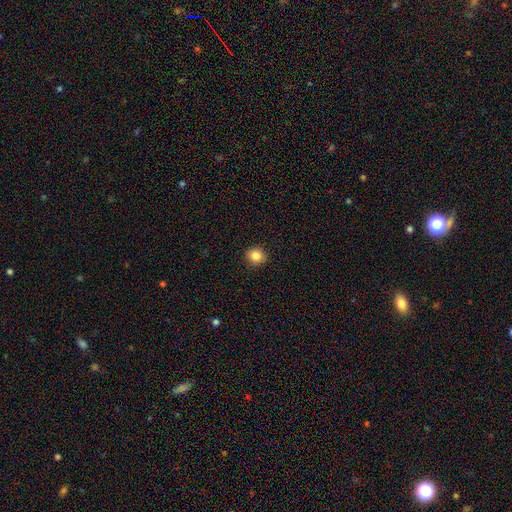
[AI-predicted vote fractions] This is clearly a smooth galaxy (85%). How rounded: clearly round (87%). Merging: clearly none (92%).